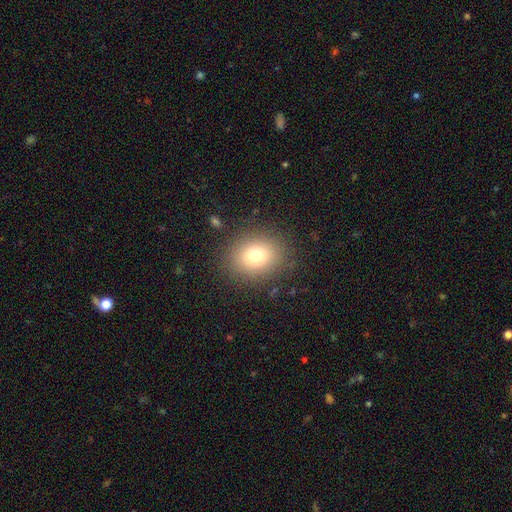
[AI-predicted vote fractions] Smooth or featured?
  - smooth: 75% *
  - star or artifact: 14%
  - featured or disk: 11%
How rounded?
  - round: 64% *
  - in between: 36%
  - cigar-shaped: 1%
Merging?
  - none: 86% *
  - minor disturbance: 9%
  - major disturbance: 4%
  - merger: 1%